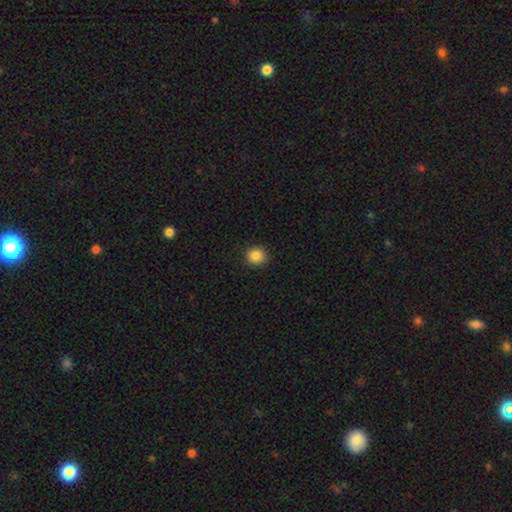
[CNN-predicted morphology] A smooth galaxy with no disk features (86%) that is round (86%).

Vote fractions:
- Smooth or featured? smooth: 86% / star or artifact: 10% / featured or disk: 4%
- How rounded? round: 86% / in between: 13% / cigar-shaped: 1%
- Merging? none: 90% / minor disturbance: 7% / major disturbance: 2% / merger: 1%